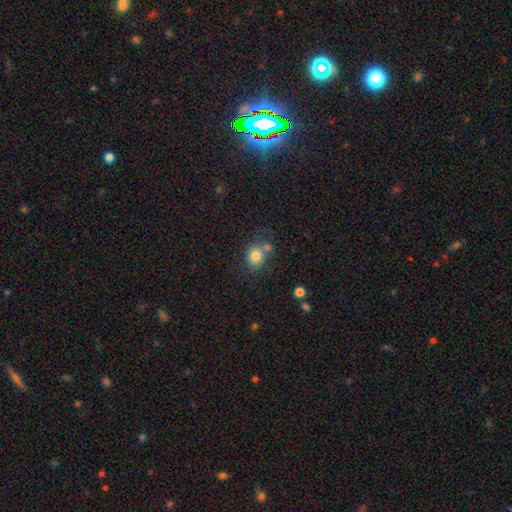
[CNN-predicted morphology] Smooth or featured?
  - smooth: 80% *
  - star or artifact: 11%
  - featured or disk: 10%
How rounded?
  - round: 54% *
  - in between: 45%
  - cigar-shaped: 1%
Merging?
  - none: 54% *
  - merger: 26%
  - minor disturbance: 15%
  - major disturbance: 6%